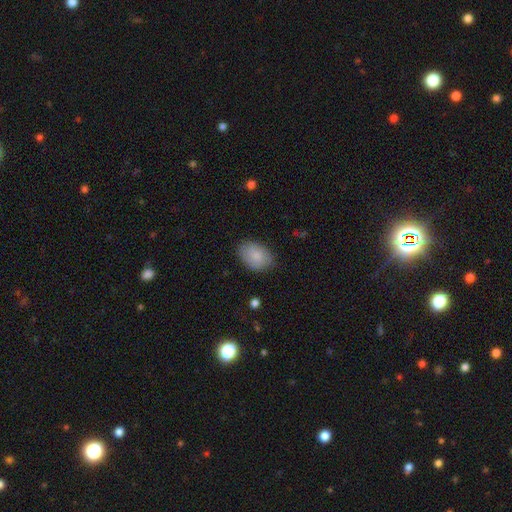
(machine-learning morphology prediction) The model was most divided on "merging": none: 80%, minor disturbance: 16%, major disturbance: 3%, merger: 1%. More confident: smooth or featured — smooth (84%); how rounded — in between (83%).